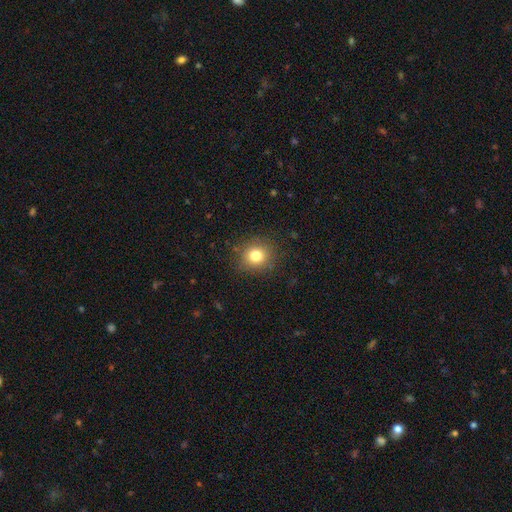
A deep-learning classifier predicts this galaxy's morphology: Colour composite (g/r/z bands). It shows a smooth galaxy with no disk features (80%) that is round (81%). Merging: none (87%).